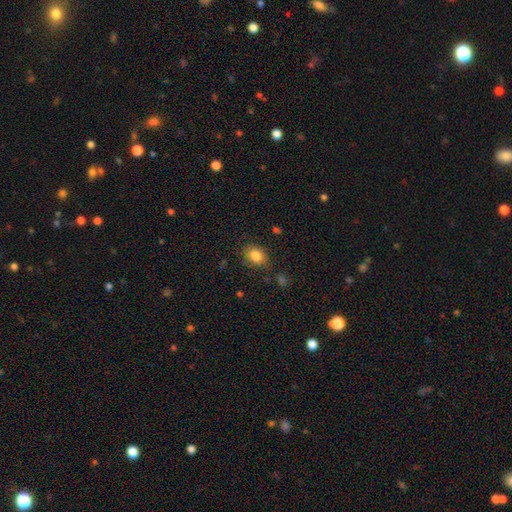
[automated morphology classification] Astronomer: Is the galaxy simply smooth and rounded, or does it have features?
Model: smooth — 84%.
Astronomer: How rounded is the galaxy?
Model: in between — 61% (runner-up: round, 38%).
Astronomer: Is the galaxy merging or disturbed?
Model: none — 81%.